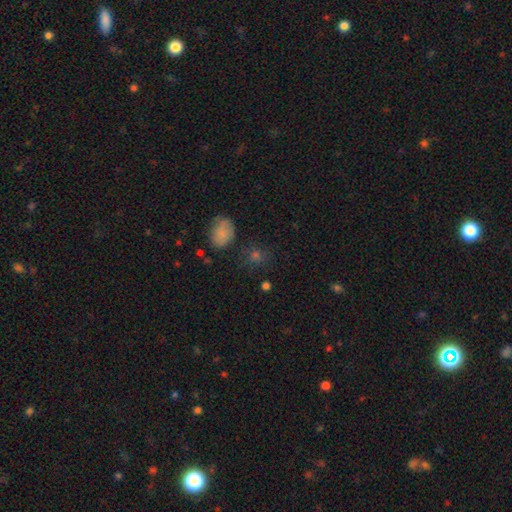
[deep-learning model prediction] A smooth galaxy with no disk features (63%) that is round (70%).

Vote fractions:
- Smooth or featured? smooth: 63% / star or artifact: 27% / featured or disk: 10%
- How rounded? round: 70% / in between: 28% / cigar-shaped: 1%
- Merging? none: 73% / minor disturbance: 15% / major disturbance: 6% / merger: 5%